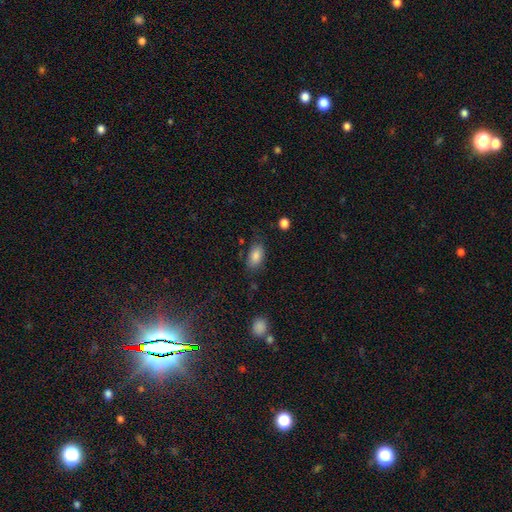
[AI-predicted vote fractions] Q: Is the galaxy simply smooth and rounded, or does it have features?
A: smooth — 83%.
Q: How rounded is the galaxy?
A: in between — 91%.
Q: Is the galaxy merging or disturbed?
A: none — 73%.